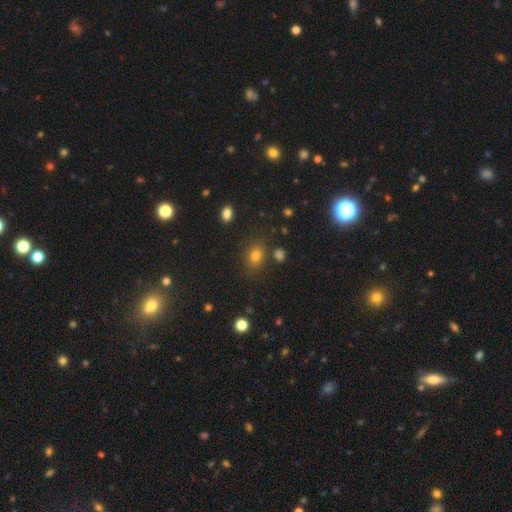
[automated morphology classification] The model was most divided on "how rounded": in between: 50%, round: 49%, cigar-shaped: 1%. More confident: merging — none (79%); smooth or featured — smooth (73%).